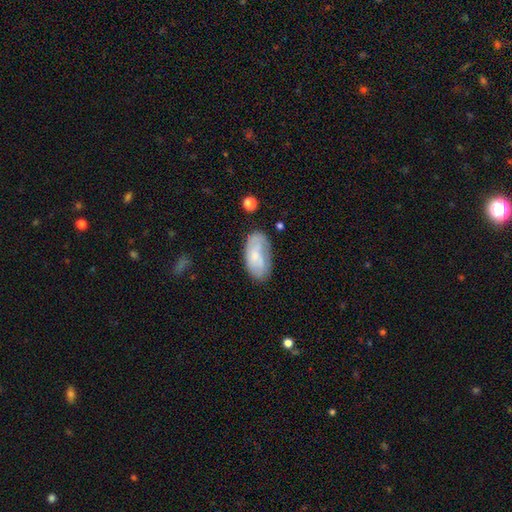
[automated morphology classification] Smooth or featured? smooth (49%)
Merging? none (63%)